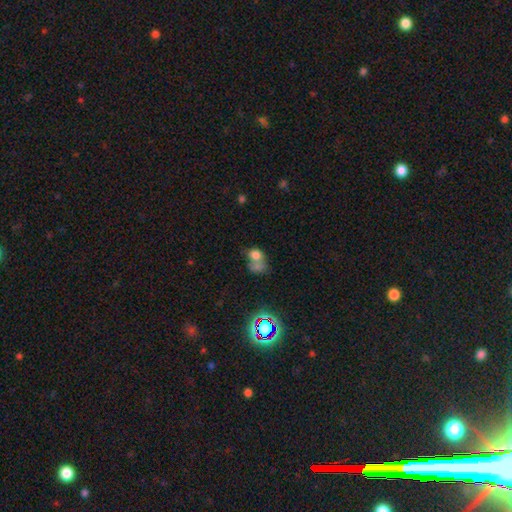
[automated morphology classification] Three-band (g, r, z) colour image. It shows a smooth galaxy with no disk features (67%) that is round (50%). Merging: merger (57%).